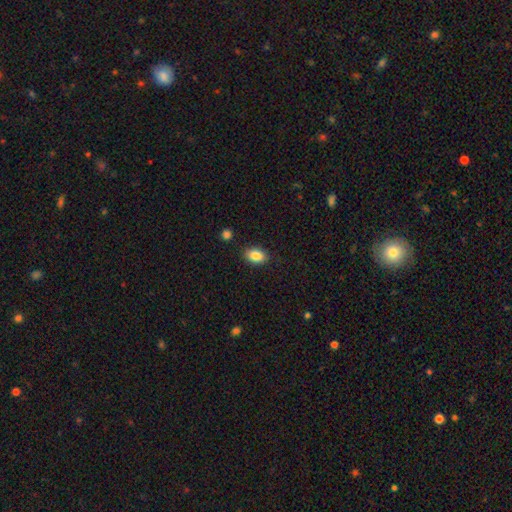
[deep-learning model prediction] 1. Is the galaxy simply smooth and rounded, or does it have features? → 87% smooth, 8% star or artifact, 5% featured or disk.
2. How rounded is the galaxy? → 86% in between, 13% round, 1% cigar-shaped.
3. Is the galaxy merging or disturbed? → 85% none, 11% minor disturbance, 3% major disturbance, 2% merger.